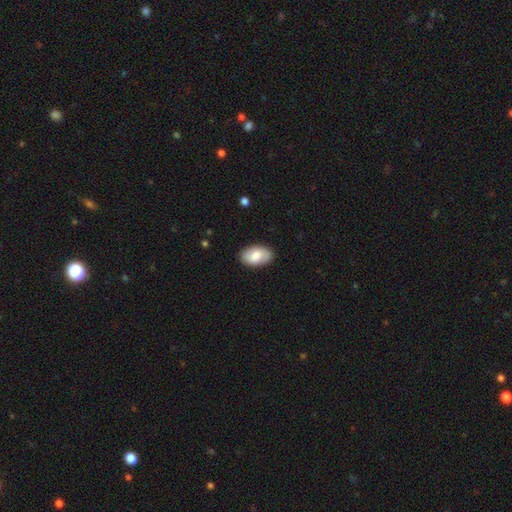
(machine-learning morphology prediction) smooth 78%, featured or disk 16%, star or artifact 6%. Down the decision tree: how rounded — in between (94%); merging — none (87%).